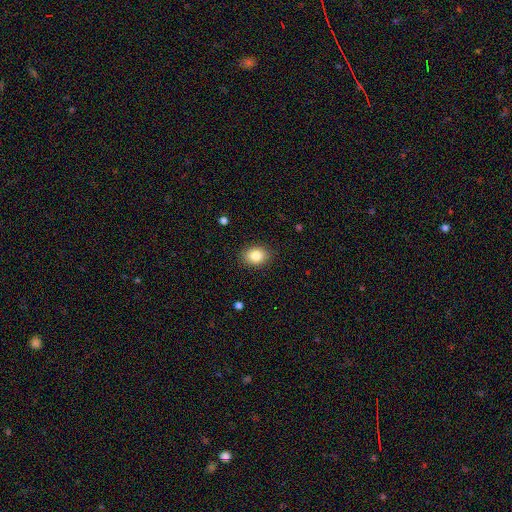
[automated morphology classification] Smooth or featured: smooth — 85% (star or artifact — 9%)
How rounded: in between — 58% (round — 41%)
Merging: none — 88% (minor disturbance — 9%)